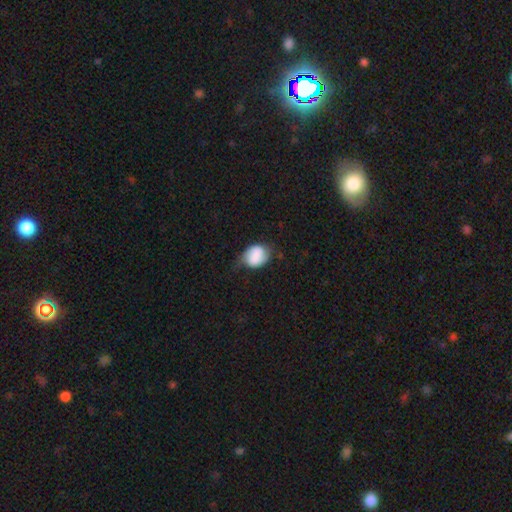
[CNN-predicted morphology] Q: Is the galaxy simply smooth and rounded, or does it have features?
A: smooth — 69%.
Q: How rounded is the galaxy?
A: in between — 61%.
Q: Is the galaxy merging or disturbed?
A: none — 40%.